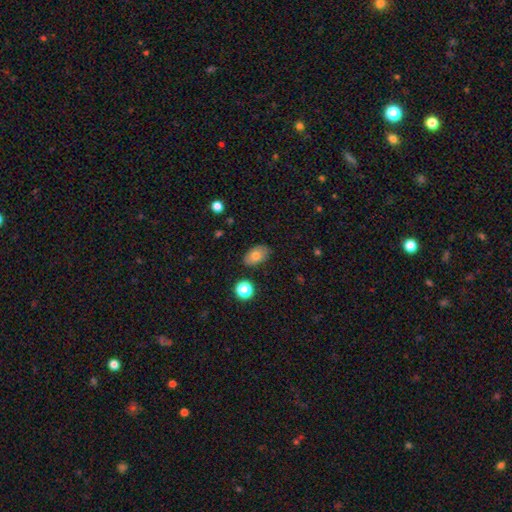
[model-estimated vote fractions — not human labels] This appears to be a smooth galaxy with no disk features (75%) that is in between round and cigar-shaped (88%). Merging: none (83%).